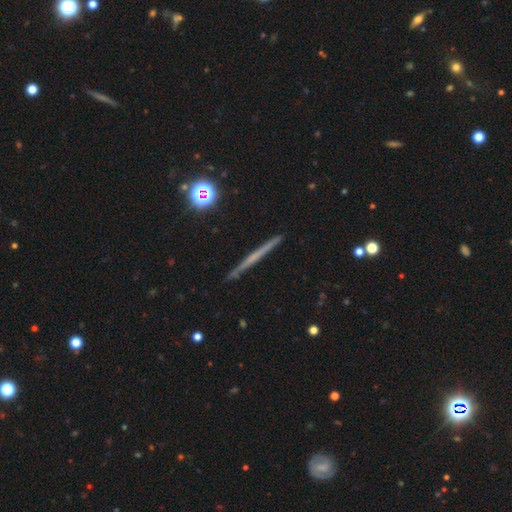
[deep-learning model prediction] Smooth or featured?
  - featured or disk: 57% *
  - smooth: 34%
  - star or artifact: 9%
Edge-on disk?
  - yes: 98% *
  - no: 2%
Edge-on bulge?
  - none: 85% *
  - rounded: 10%
  - boxy: 4%
Merging?
  - none: 91% *
  - minor disturbance: 6%
  - major disturbance: 1%
  - merger: 1%